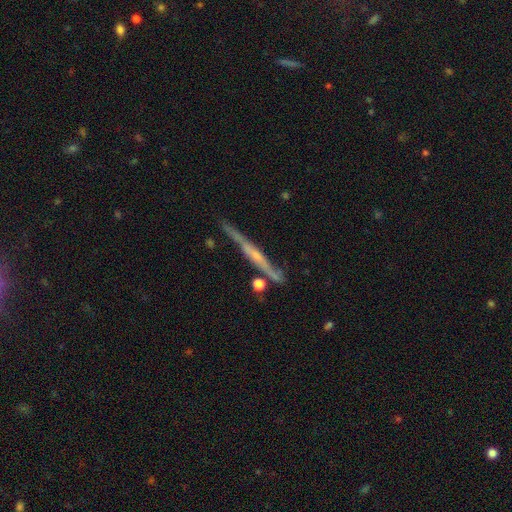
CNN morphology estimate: The model was most divided on "edge-on bulge": rounded: 54%, none: 37%, boxy: 9%. More confident: edge-on disk — yes (96%); merging — none (79%); smooth or featured — featured or disk (75%).